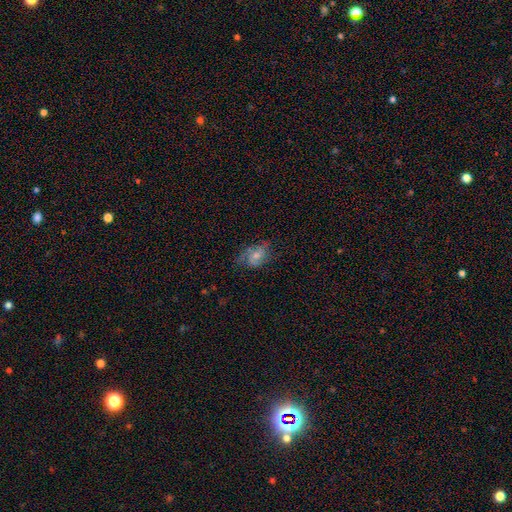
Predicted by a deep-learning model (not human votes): Smooth or featured?
  - featured or disk: 57% *
  - smooth: 35%
  - star or artifact: 9%
Edge-on disk?
  - no: 96% *
  - yes: 4%
Bar?
  - no: 66% *
  - weak: 29%
  - strong: 4%
Spiral arms?
  - yes: 87% *
  - no: 13%
Bulge size?
  - moderate: 47% *
  - small: 41%
  - none: 6%
  - large: 5%
  - dominant: 1%
Merging?
  - none: 61% *
  - minor disturbance: 25%
  - major disturbance: 13%
  - merger: 1%